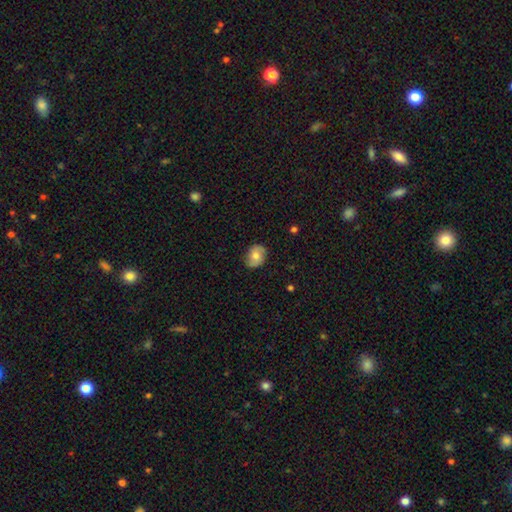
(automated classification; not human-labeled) A smooth galaxy with no disk features (68%) that is in between round and cigar-shaped (53%).

Vote fractions:
- Smooth or featured? smooth: 68% / featured or disk: 24% / star or artifact: 8%
- How rounded? in between: 53% / round: 46% / cigar-shaped: 1%
- Merging? none: 77% / minor disturbance: 19% / major disturbance: 4% / merger: 1%